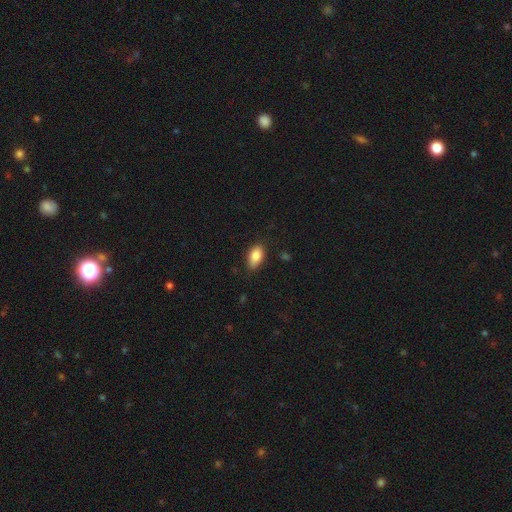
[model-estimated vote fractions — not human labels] smooth-or-featured: smooth: 85% | star or artifact: 7% | featured or disk: 7%
  how-rounded: in between: 91% | round: 6% | cigar-shaped: 3%
  merging: none: 80% | minor disturbance: 16% | major disturbance: 3% | merger: 1%